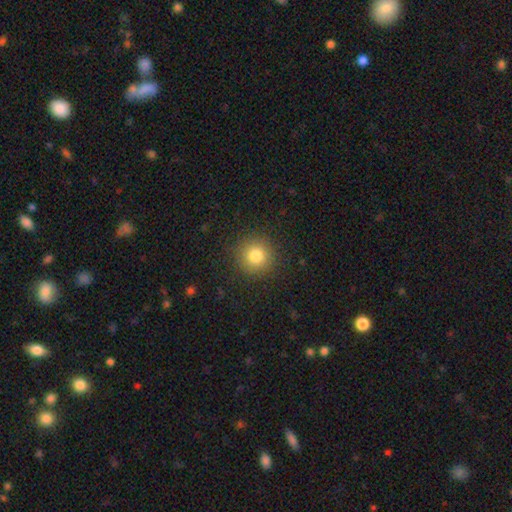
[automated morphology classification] type=smooth (82%); roundness=round (95%); merging=none (89%).